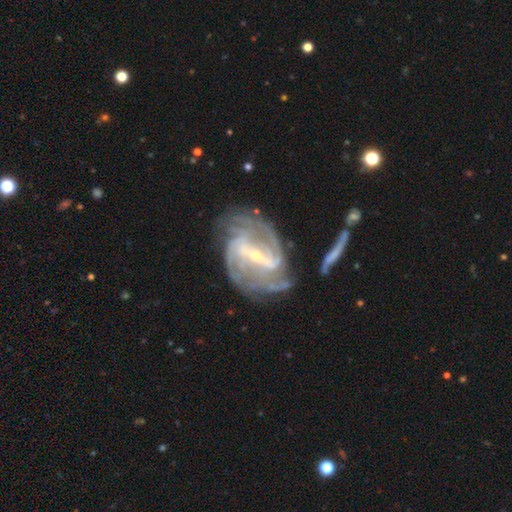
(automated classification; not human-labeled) Smooth or featured? Predicted: featured or disk (p=0.91). Edge-on disk? Predicted: no (p=0.97). Bar? Predicted: strong (p=0.63). Spiral arms? Predicted: yes (p=0.96). Spiral winding? Predicted: tight (p=0.45). Spiral arm count? Predicted: 2 (p=0.29). Bulge size? Predicted: small (p=0.76). Merging? Predicted: none (p=0.62).